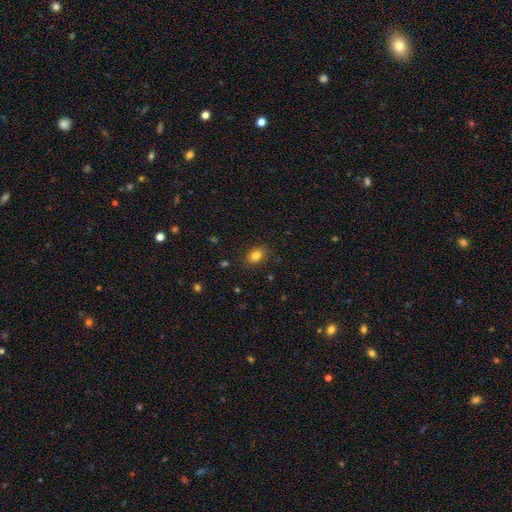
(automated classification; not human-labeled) Smooth or featured?
  - smooth: 82% *
  - star or artifact: 11%
  - featured or disk: 7%
How rounded?
  - in between: 73% *
  - round: 26%
  - cigar-shaped: 1%
Merging?
  - none: 85% *
  - minor disturbance: 11%
  - major disturbance: 3%
  - merger: 1%